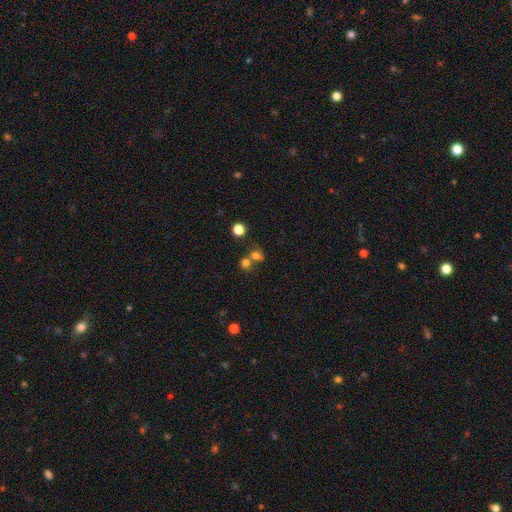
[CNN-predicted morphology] smooth-or-featured: smooth: 70% | star or artifact: 18% | featured or disk: 12%
  how-rounded: round: 66% | in between: 33% | cigar-shaped: 1%
  merging: merger: 46% | none: 41% | minor disturbance: 8% | major disturbance: 5%